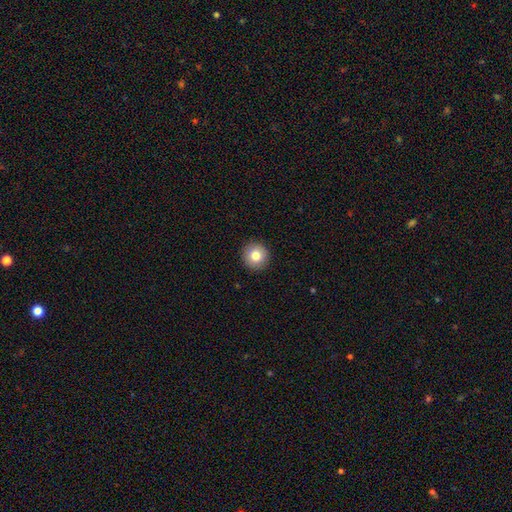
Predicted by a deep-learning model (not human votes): Morphology: type=smooth (81%); roundness=round (95%); merging=none (93%).